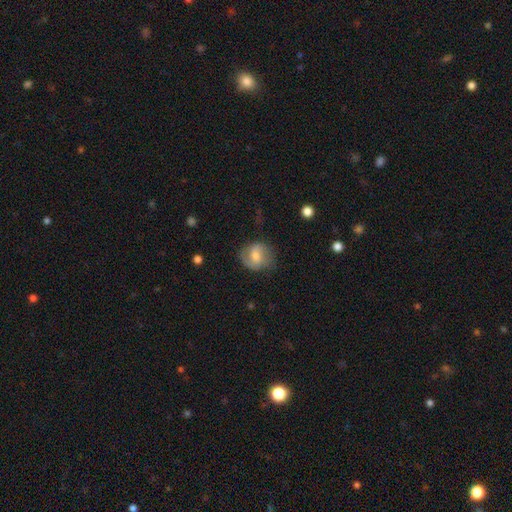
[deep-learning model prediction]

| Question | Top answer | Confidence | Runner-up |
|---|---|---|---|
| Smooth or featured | featured or disk | 49% | smooth (44%) |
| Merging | none | 69% | minor disturbance (21%) |